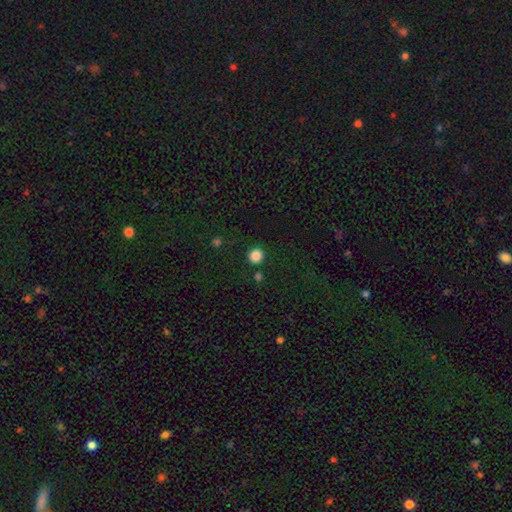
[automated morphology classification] A smooth galaxy with no disk features (86%) that is round (94%).

Vote fractions:
- Smooth or featured? smooth: 86% / star or artifact: 11% / featured or disk: 3%
- How rounded? round: 94% / in between: 5% / cigar-shaped: 1%
- Merging? none: 89% / minor disturbance: 6% / merger: 3% / major disturbance: 2%